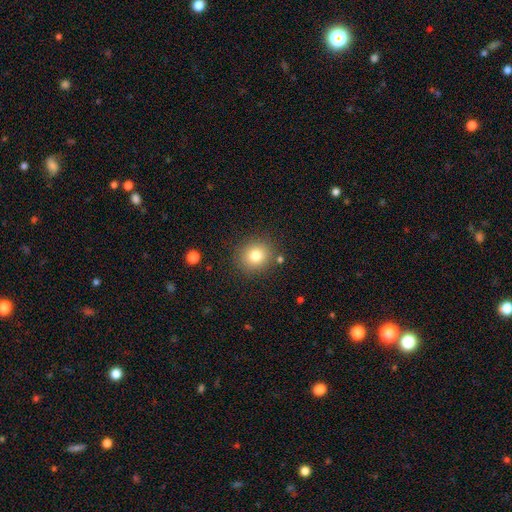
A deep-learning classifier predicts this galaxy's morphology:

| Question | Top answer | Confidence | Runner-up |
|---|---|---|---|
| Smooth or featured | smooth | 80% | star or artifact (12%) |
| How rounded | round | 83% | in between (16%) |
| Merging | none | 85% | minor disturbance (8%) |